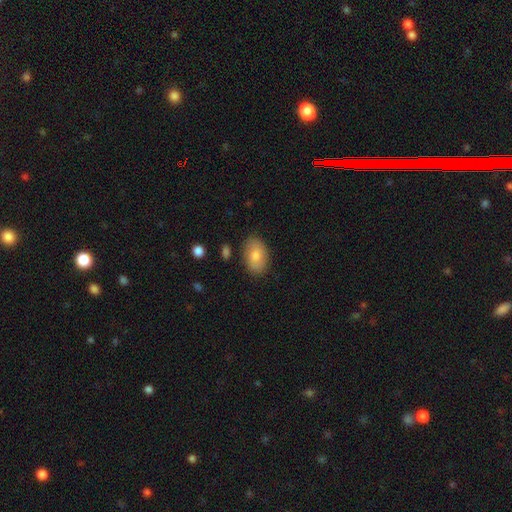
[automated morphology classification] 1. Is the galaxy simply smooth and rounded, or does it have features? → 80% smooth, 14% featured or disk, 6% star or artifact.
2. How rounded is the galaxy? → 90% in between, 8% round, 1% cigar-shaped.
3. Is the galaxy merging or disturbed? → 83% none, 12% minor disturbance, 3% major disturbance, 2% merger.